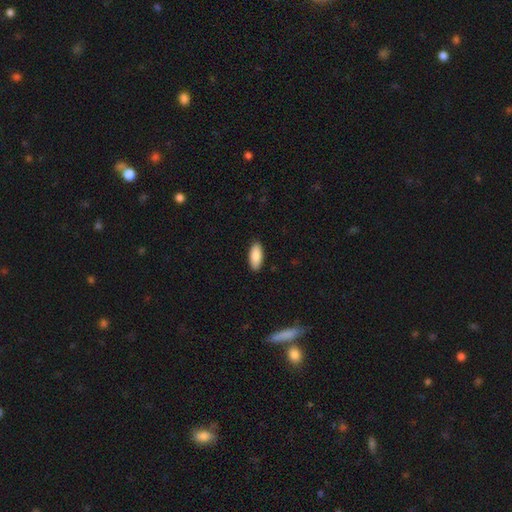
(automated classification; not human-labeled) smooth 89%, star or artifact 6%, featured or disk 5%. Down the decision tree: how rounded — in between (85%); merging — none (90%).